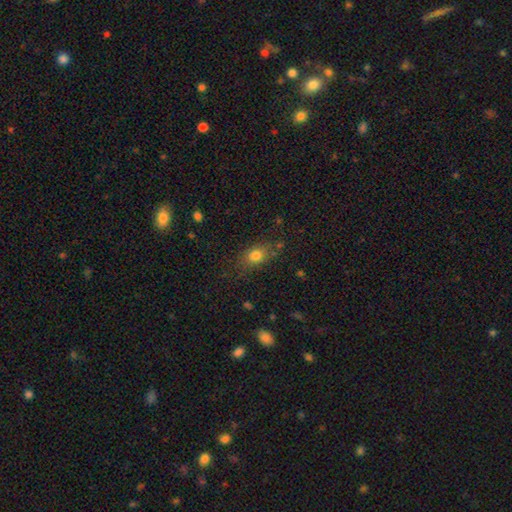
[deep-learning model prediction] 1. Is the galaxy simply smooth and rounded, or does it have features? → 76% smooth, 12% star or artifact, 12% featured or disk.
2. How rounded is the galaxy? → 64% in between, 32% round, 4% cigar-shaped.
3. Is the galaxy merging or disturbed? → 74% none, 17% minor disturbance, 6% major disturbance, 3% merger.